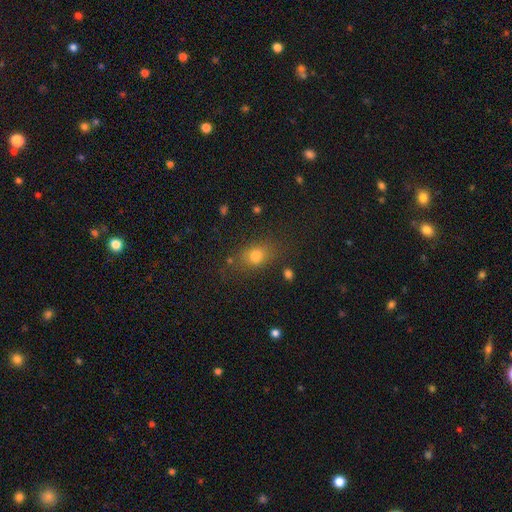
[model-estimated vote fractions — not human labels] This appears to be a smooth galaxy with no disk features (72%) that is in between round and cigar-shaped (65%). Merging: none (68%).